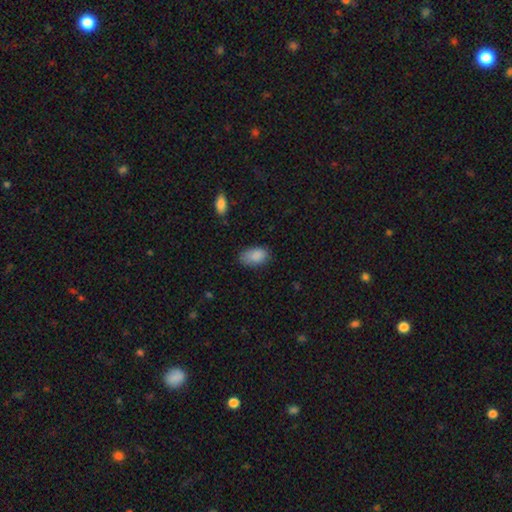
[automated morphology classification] The model was most divided on "merging": none: 71%, minor disturbance: 22%, major disturbance: 5%, merger: 2%. More confident: how rounded — in between (93%); smooth or featured — smooth (87%).